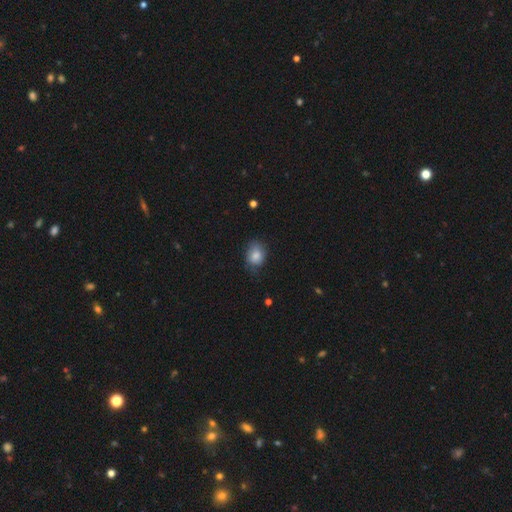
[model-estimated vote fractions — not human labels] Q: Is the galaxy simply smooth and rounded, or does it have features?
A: smooth — 81%.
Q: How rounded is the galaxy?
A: in between — 55%.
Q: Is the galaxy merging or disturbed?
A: none — 60%.